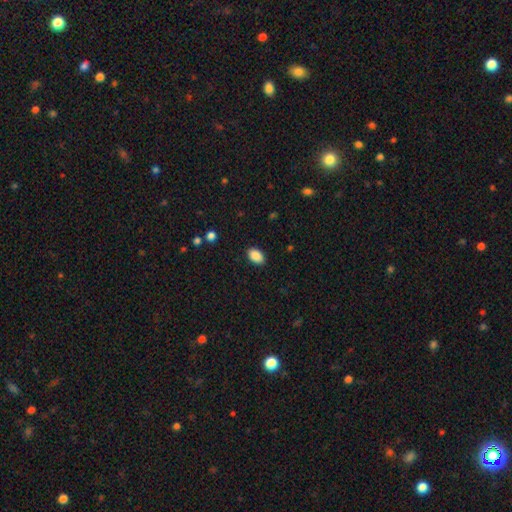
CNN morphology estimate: Overall: smooth (89%). How rounded: in between (91%). Merging: none (88%).